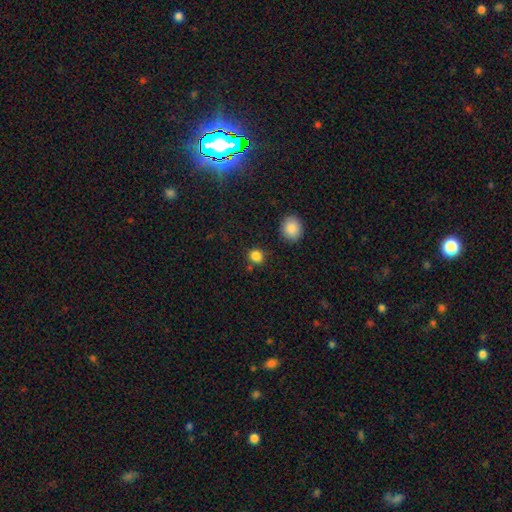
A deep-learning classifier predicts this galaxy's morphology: This appears to be a smooth galaxy with no disk features (85%) that is round (78%). Merging: none (81%).